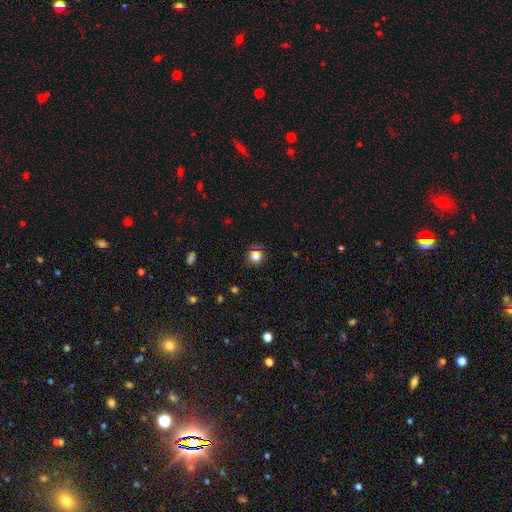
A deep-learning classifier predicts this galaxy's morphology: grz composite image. It shows a smooth galaxy with no disk features (75%) that is round (86%). Merging: none (87%).